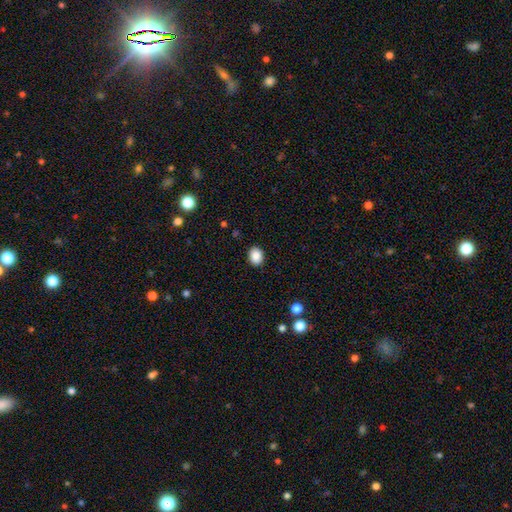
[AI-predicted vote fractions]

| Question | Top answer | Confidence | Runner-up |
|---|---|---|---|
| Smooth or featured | smooth | 87% | star or artifact (9%) |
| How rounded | in between | 60% | round (39%) |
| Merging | none | 89% | minor disturbance (7%) |